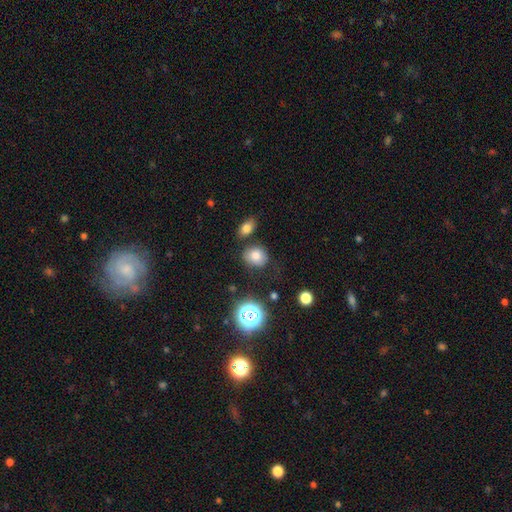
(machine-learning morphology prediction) type=smooth (77%); roundness=round (65%); merging=none (73%).